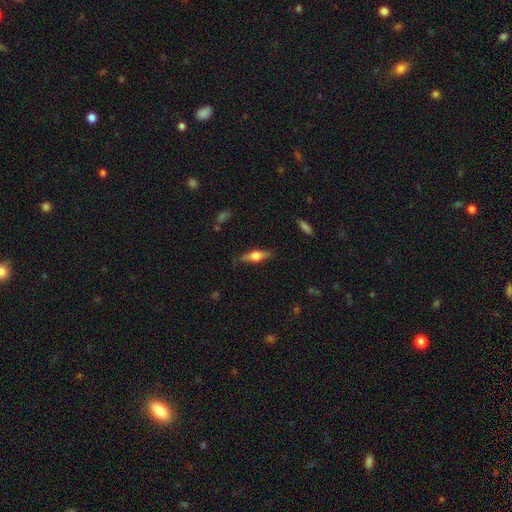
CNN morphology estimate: Q: Smooth or featured?
A: featured or disk (54%); runner-up: smooth (39%)
Q: Edge-on disk?
A: yes (94%); runner-up: no (6%)
Q: Edge-on bulge?
A: rounded (91%); runner-up: boxy (7%)
Q: Merging?
A: none (83%); runner-up: minor disturbance (13%)